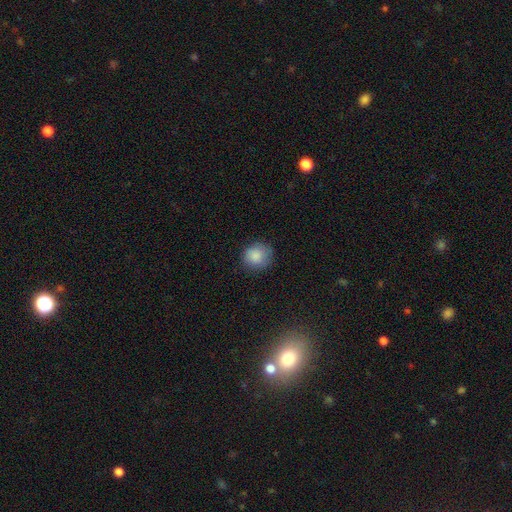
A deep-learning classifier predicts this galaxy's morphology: Smooth or featured: smooth — 86% (star or artifact — 8%)
How rounded: round — 86% (in between — 13%)
Merging: none — 83% (minor disturbance — 13%)